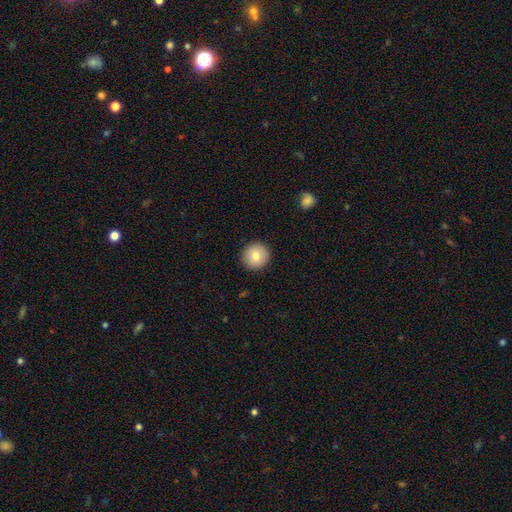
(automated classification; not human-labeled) Smooth or featured: smooth — 81% (featured or disk — 11%)
How rounded: round — 95% (in between — 4%)
Merging: none — 92% (minor disturbance — 5%)